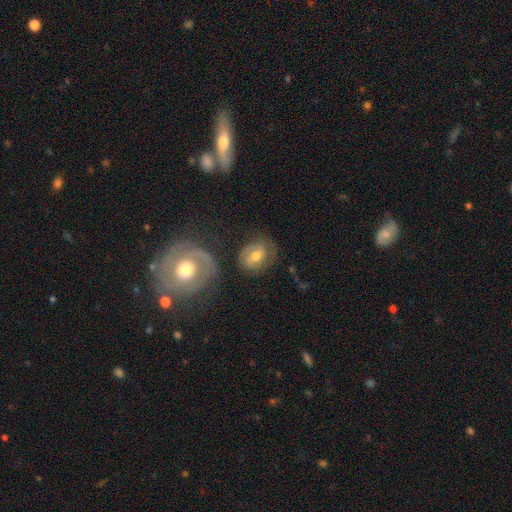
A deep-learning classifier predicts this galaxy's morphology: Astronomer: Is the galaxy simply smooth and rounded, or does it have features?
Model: featured or disk — 54% (runner-up: smooth, 38%).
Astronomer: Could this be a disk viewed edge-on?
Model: no — 96%.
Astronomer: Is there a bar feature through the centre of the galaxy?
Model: no — 48% (runner-up: weak, 40%).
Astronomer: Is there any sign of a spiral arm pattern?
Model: yes — 79%.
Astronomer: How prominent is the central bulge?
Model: moderate — 72%.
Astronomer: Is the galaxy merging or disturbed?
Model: none — 62%.